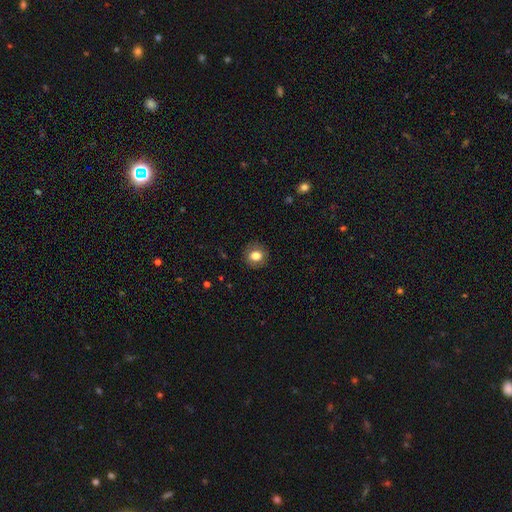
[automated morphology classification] Smooth or featured?
  - smooth: 79% *
  - featured or disk: 11%
  - star or artifact: 10%
How rounded?
  - round: 83% *
  - in between: 16%
  - cigar-shaped: 1%
Merging?
  - none: 88% *
  - minor disturbance: 9%
  - major disturbance: 3%
  - merger: 1%